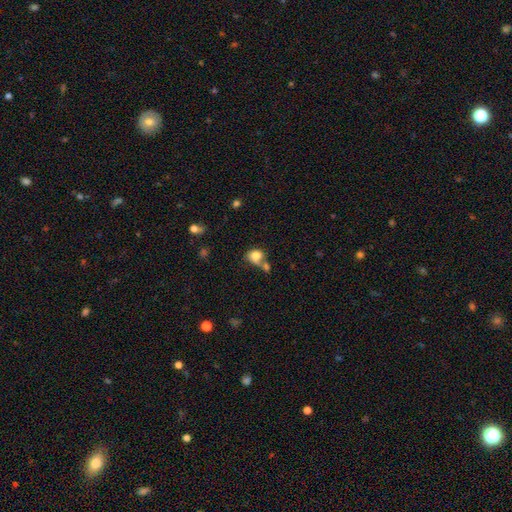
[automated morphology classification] Smooth or featured: smooth — 77% (featured or disk — 13%)
How rounded: in between — 50% (round — 48%)
Merging: merger — 45% (none — 31%)